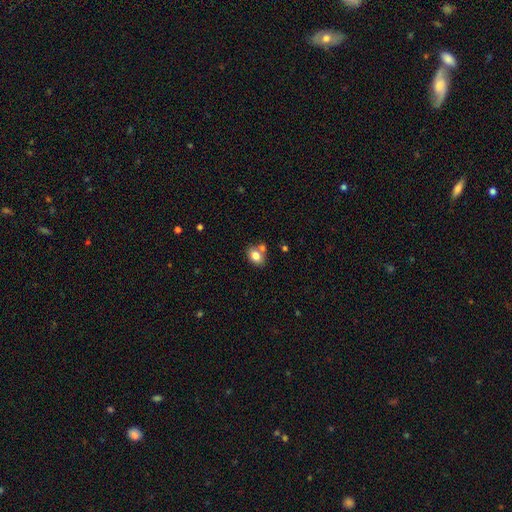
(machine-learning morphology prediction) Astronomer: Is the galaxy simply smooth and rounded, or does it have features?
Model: smooth — 81%.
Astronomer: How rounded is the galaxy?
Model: in between — 67%.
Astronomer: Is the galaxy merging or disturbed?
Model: none — 59%.